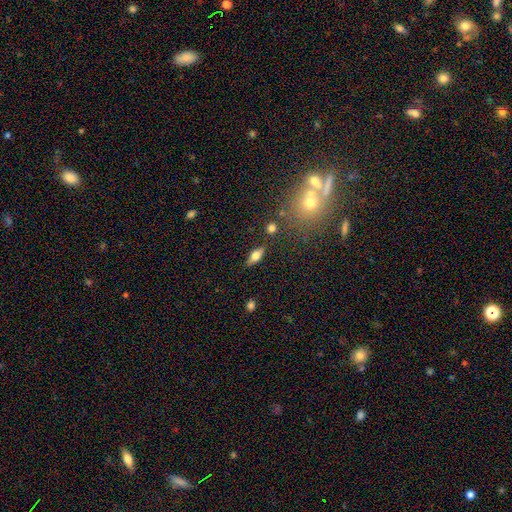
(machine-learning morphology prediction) type=smooth (51%); roundness=in between (70%); merging=none (84%).